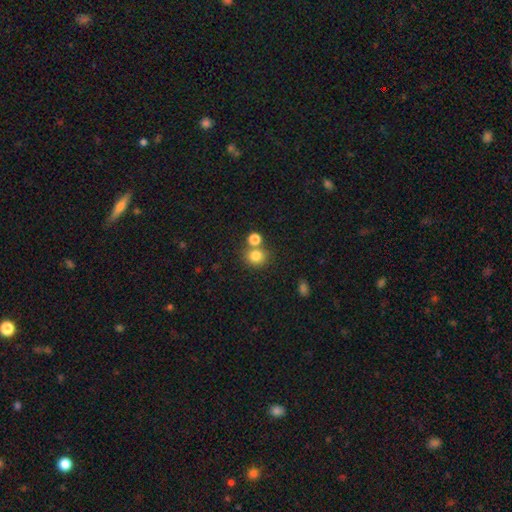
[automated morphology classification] Smooth or featured: smooth — 81% (star or artifact — 12%)
How rounded: round — 83% (in between — 16%)
Merging: none — 63% (merger — 26%)